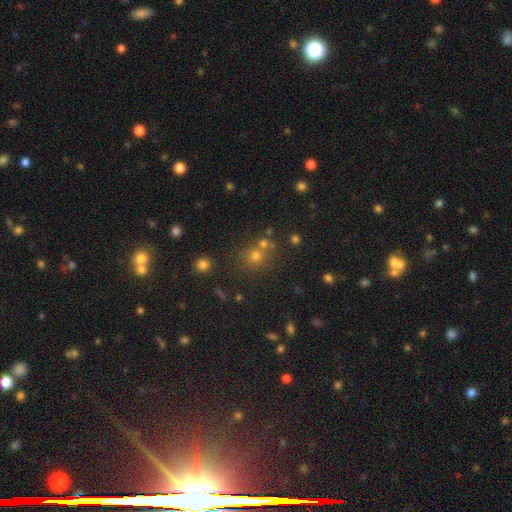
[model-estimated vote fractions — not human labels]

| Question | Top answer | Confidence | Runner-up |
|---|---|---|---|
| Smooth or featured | smooth | 59% | star or artifact (31%) |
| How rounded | round | 86% | in between (13%) |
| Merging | none | 67% | merger (20%) |